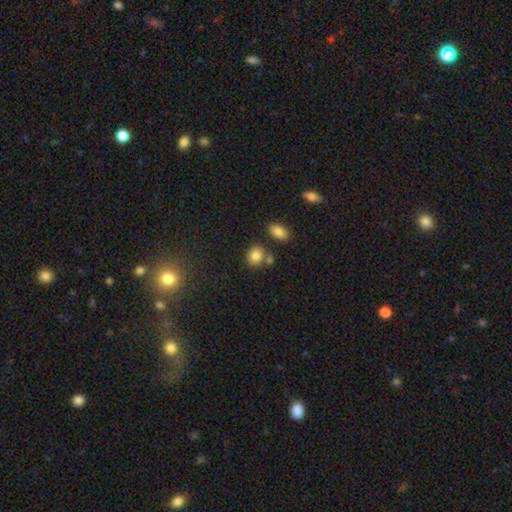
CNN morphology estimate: Overall: smooth (83%). How rounded: round (58%; in between 41%). Merging: none (64%).